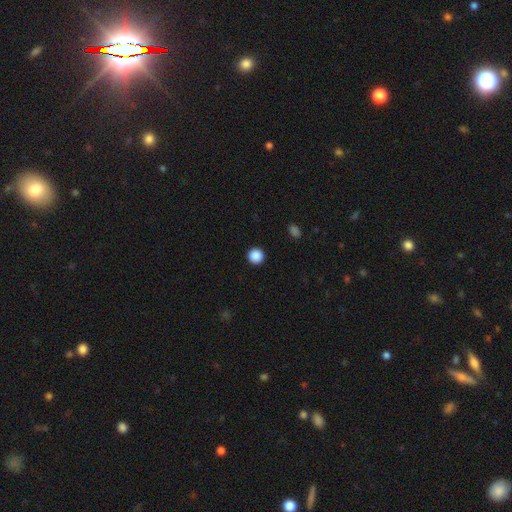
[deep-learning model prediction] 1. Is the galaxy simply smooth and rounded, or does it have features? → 88% smooth, 9% star or artifact, 2% featured or disk.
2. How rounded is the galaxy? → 96% round, 3% in between, 1% cigar-shaped.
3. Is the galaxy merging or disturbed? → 93% none, 4% minor disturbance, 2% major disturbance, 1% merger.